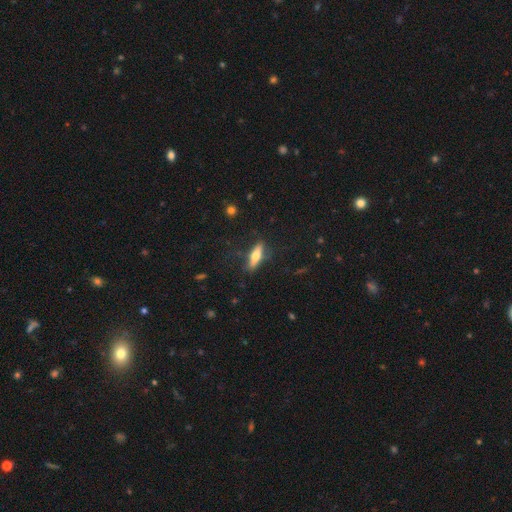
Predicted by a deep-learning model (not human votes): Smooth or featured? smooth (52%)
How rounded? cigar-shaped (66%)
Merging? none (79%)